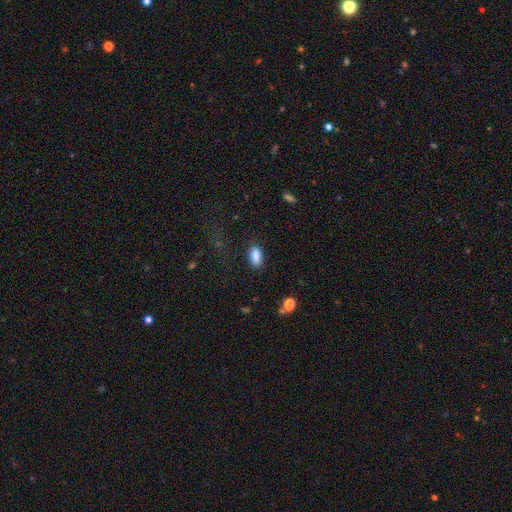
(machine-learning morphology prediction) The model was most divided on "merging": none: 85%, minor disturbance: 10%, major disturbance: 3%, merger: 1%. More confident: how rounded — in between (91%); smooth or featured — smooth (88%).